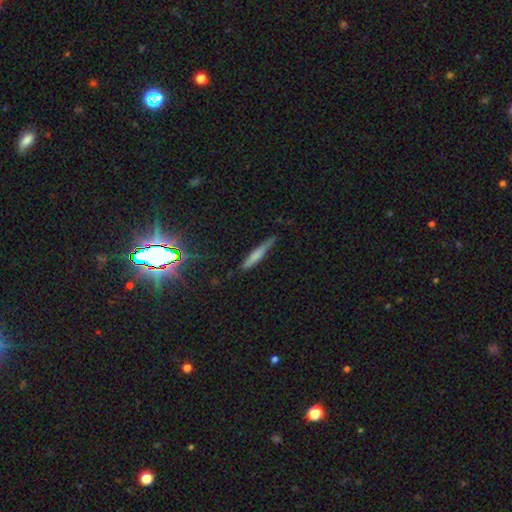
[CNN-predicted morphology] Smooth or featured: smooth — 60% (featured or disk — 29%)
How rounded: cigar-shaped — 92% (in between — 7%)
Merging: none — 75% (minor disturbance — 19%)